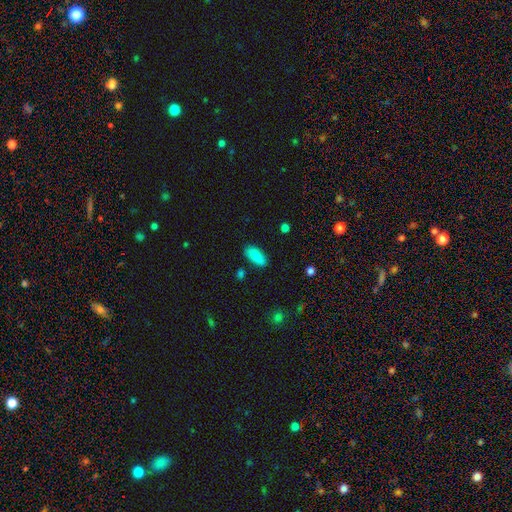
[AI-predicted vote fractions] smooth-or-featured: smooth: 88% | star or artifact: 7% | featured or disk: 5%
  how-rounded: in between: 84% | cigar-shaped: 14% | round: 2%
  merging: none: 85% | minor disturbance: 11% | major disturbance: 3% | merger: 2%